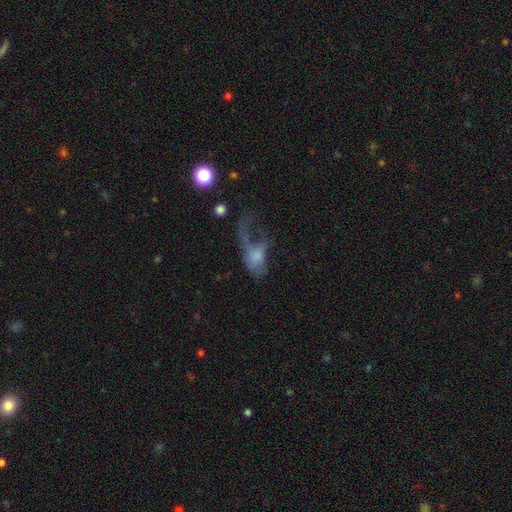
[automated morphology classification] Smooth or featured?
  - smooth: 50% *
  - featured or disk: 38%
  - star or artifact: 11%
How rounded?
  - in between: 84% *
  - round: 12%
  - cigar-shaped: 5%
Merging?
  - major disturbance: 69% *
  - none: 13%
  - minor disturbance: 12%
  - merger: 7%